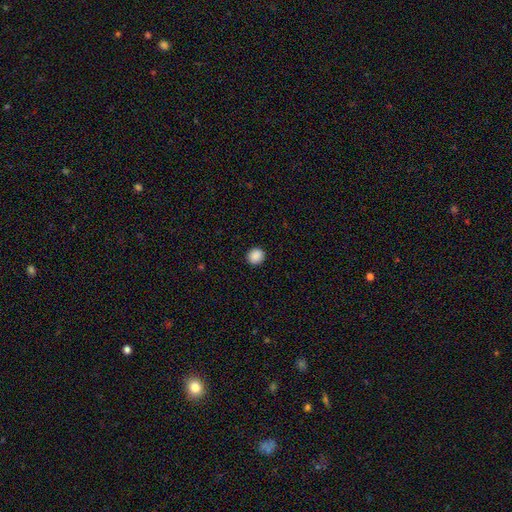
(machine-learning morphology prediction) type=smooth (89%); roundness=round (86%); merging=none (92%).